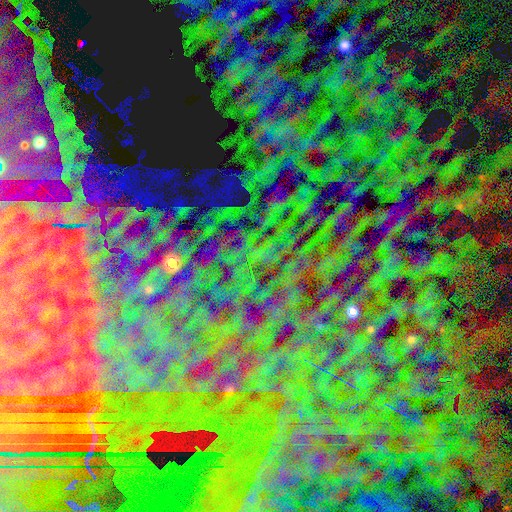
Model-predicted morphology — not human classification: A star or artifact, not a galaxy (84%).

Vote fractions:
- Smooth or featured? star or artifact: 84% / featured or disk: 9% / smooth: 8%